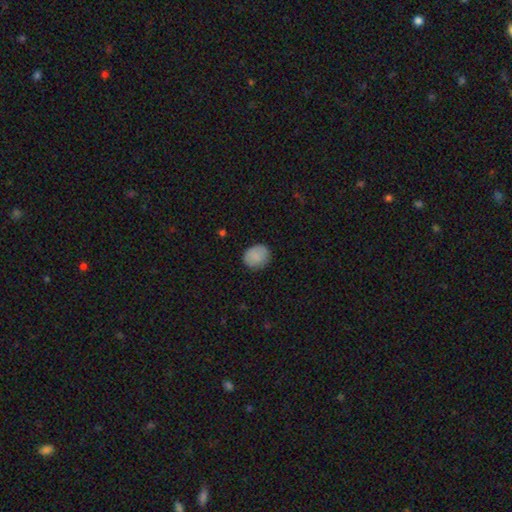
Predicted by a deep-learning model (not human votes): Smooth or featured?
  - smooth: 87% *
  - star or artifact: 8%
  - featured or disk: 5%
How rounded?
  - round: 65% *
  - in between: 34%
  - cigar-shaped: 1%
Merging?
  - none: 84% *
  - minor disturbance: 13%
  - major disturbance: 3%
  - merger: 1%